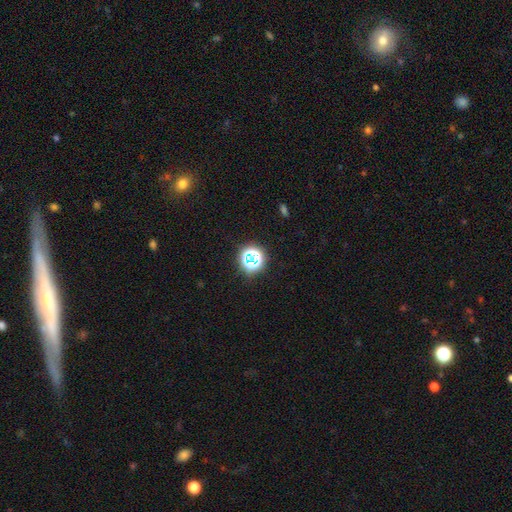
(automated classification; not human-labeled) This is possibly a star or artifact rather than a galaxy (58%).